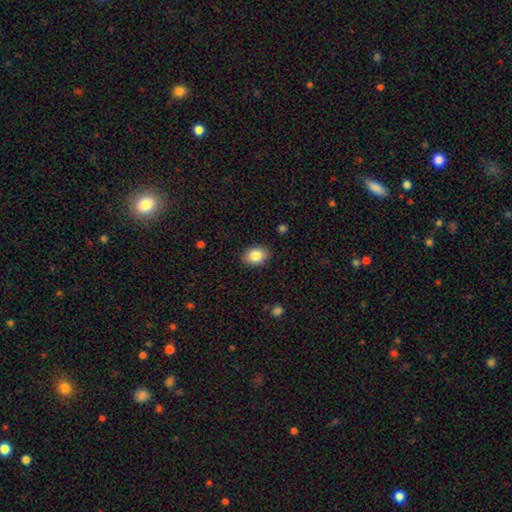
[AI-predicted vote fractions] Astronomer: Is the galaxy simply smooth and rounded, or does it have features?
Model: smooth — 86%.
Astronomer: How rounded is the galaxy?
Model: in between — 74%.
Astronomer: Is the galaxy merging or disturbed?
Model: none — 88%.